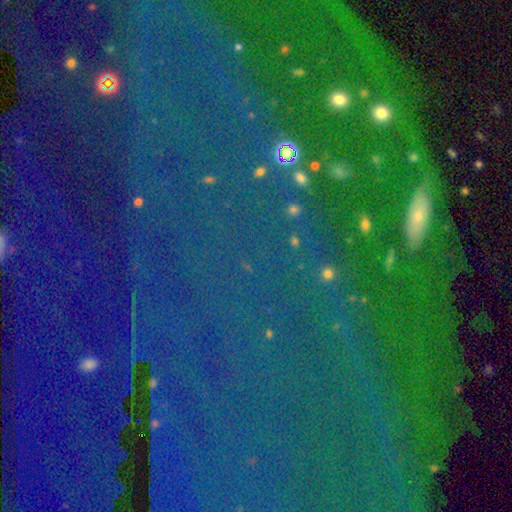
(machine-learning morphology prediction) Overall: star or artifact (80%).